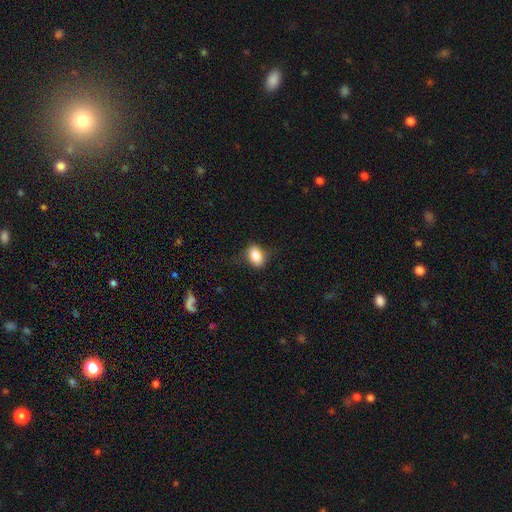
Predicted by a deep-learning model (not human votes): Smooth or featured?
  - smooth: 84% *
  - star or artifact: 8%
  - featured or disk: 8%
How rounded?
  - in between: 77% *
  - round: 21%
  - cigar-shaped: 2%
Merging?
  - none: 72% *
  - minor disturbance: 20%
  - major disturbance: 6%
  - merger: 1%